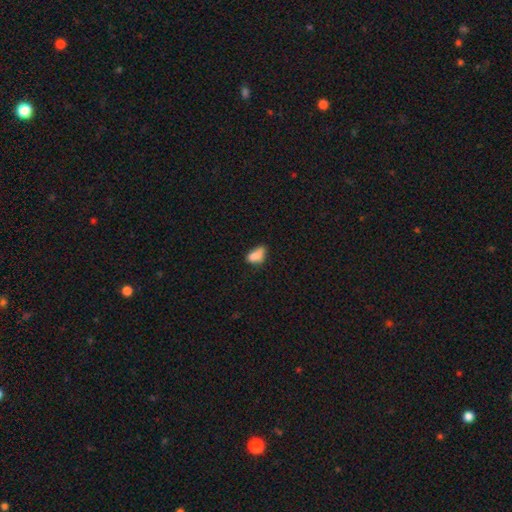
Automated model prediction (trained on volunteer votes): The model was most divided on "merging": minor disturbance: 35%, none: 34%, major disturbance: 17%, merger: 14%. More confident: how rounded — in between (86%); smooth or featured — smooth (77%).